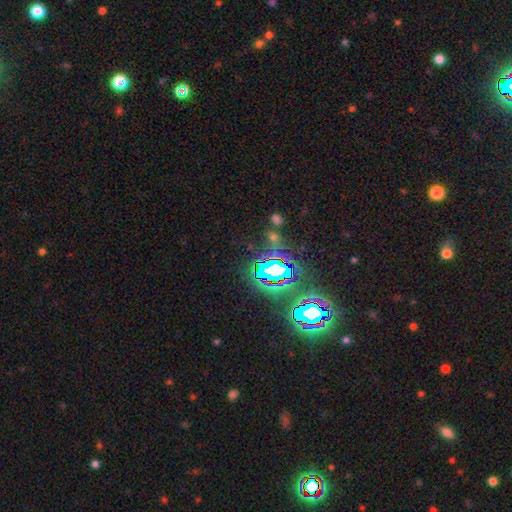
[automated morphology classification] smooth_or_featured: star or artifact (p=0.80) [alt: smooth p=0.12]